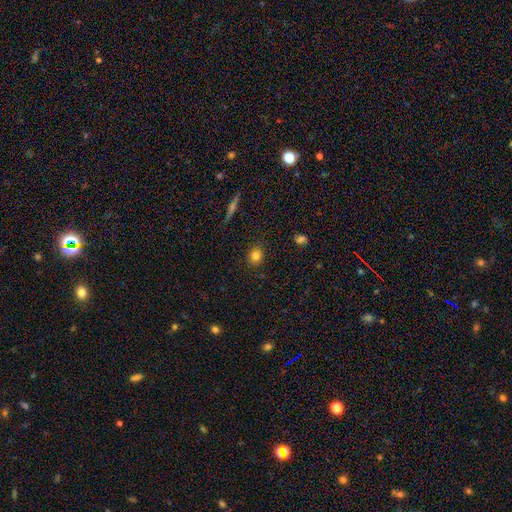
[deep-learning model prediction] Smooth or featured: smooth — 81% (star or artifact — 11%)
How rounded: round — 72% (in between — 26%)
Merging: none — 87% (minor disturbance — 10%)